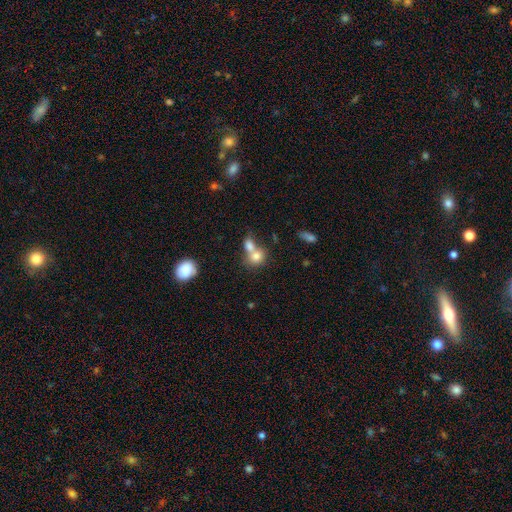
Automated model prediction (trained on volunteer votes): A smooth galaxy with no disk features (77%) that is round (58%).

Vote fractions:
- Smooth or featured? smooth: 77% / featured or disk: 14% / star or artifact: 10%
- How rounded? round: 58% / in between: 40% / cigar-shaped: 2%
- Merging? merger: 65% / none: 25% / minor disturbance: 7% / major disturbance: 4%